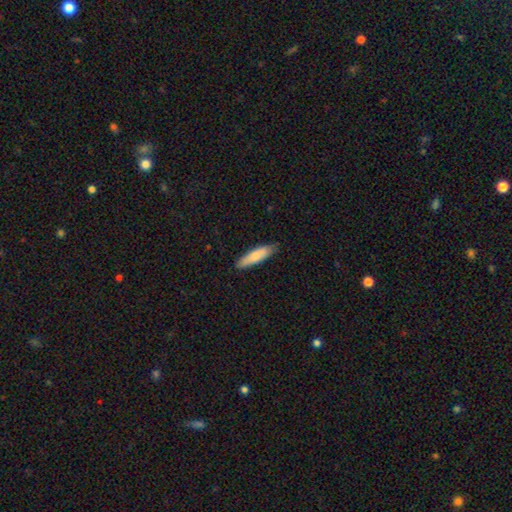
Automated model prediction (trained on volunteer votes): This is clearly a smooth galaxy (81%). How rounded: likely cigar-shaped (69%). Merging: clearly none (84%).